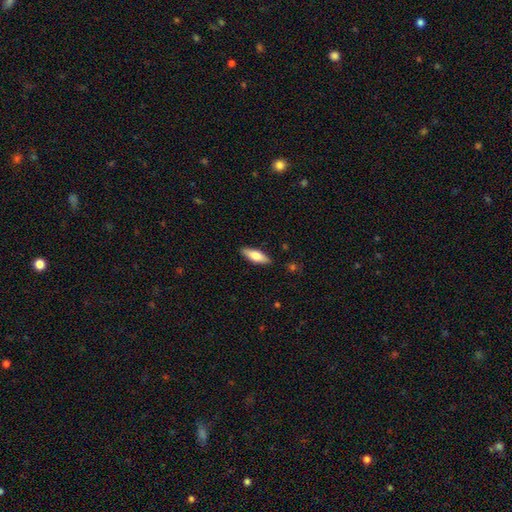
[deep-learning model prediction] Morphology: type=smooth (71%); roundness=in between (59%); merging=none (88%).